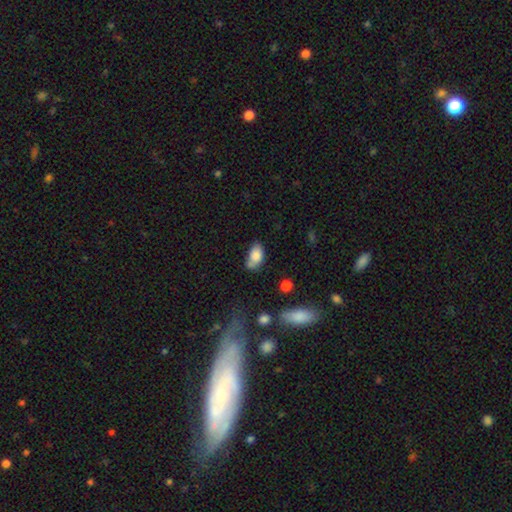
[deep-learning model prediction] Smooth or featured?
  - smooth: 82% *
  - featured or disk: 10%
  - star or artifact: 8%
How rounded?
  - in between: 91% *
  - round: 7%
  - cigar-shaped: 2%
Merging?
  - none: 48% *
  - minor disturbance: 28%
  - merger: 17%
  - major disturbance: 8%